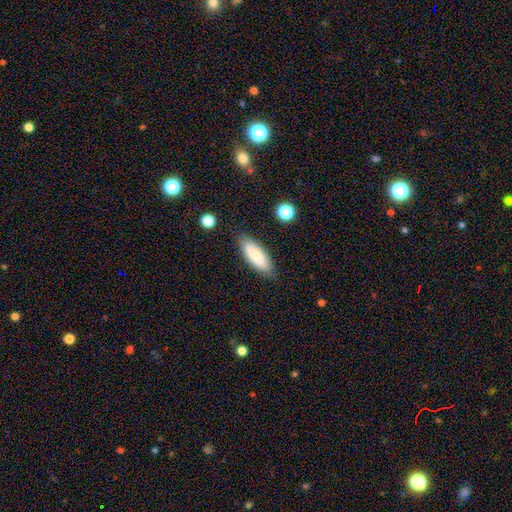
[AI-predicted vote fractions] smooth-or-featured: smooth: 78% | featured or disk: 15% | star or artifact: 7%
  how-rounded: in between: 68% | cigar-shaped: 30% | round: 2%
  merging: none: 82% | minor disturbance: 13% | major disturbance: 3% | merger: 2%